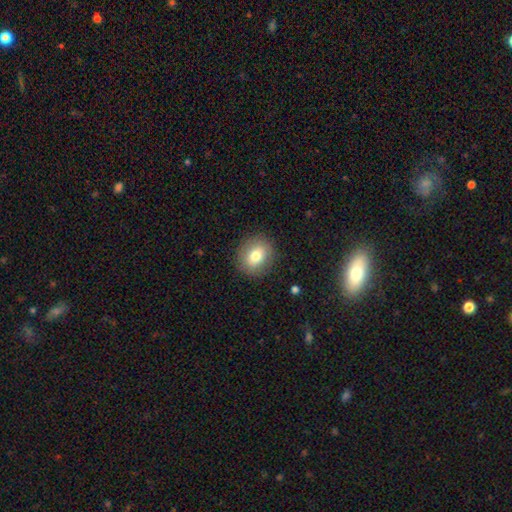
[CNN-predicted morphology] Smooth or featured: smooth — 76% (featured or disk — 15%)
How rounded: round — 65% (in between — 34%)
Merging: none — 87% (minor disturbance — 9%)